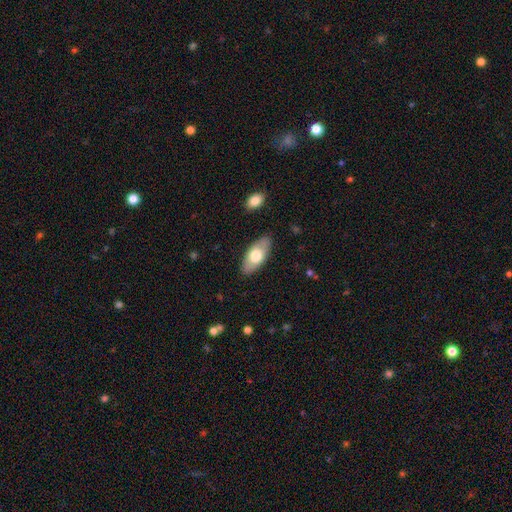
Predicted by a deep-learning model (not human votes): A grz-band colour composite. It shows a smooth galaxy with no disk features (67%) that is in between round and cigar-shaped (89%). Merging: none (86%).